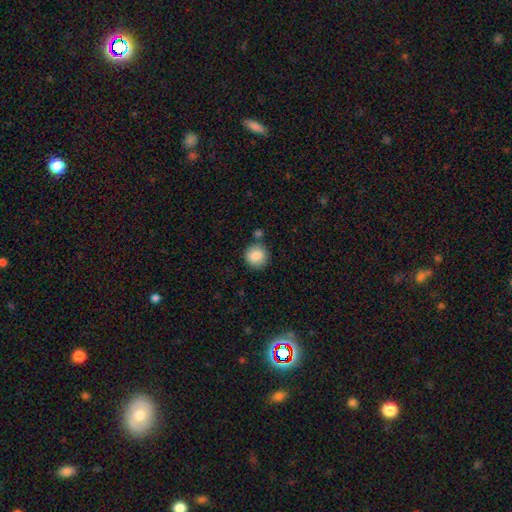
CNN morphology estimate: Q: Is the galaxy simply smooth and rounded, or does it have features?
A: smooth — 87%.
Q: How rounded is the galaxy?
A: round — 91%.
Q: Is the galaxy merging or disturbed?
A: none — 79%.